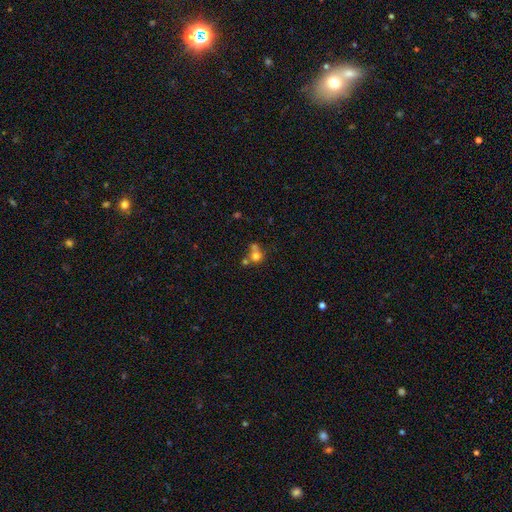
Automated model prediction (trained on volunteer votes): Smooth or featured: smooth — 71% (featured or disk — 15%)
How rounded: round — 83% (in between — 16%)
Merging: merger — 48% (none — 39%)